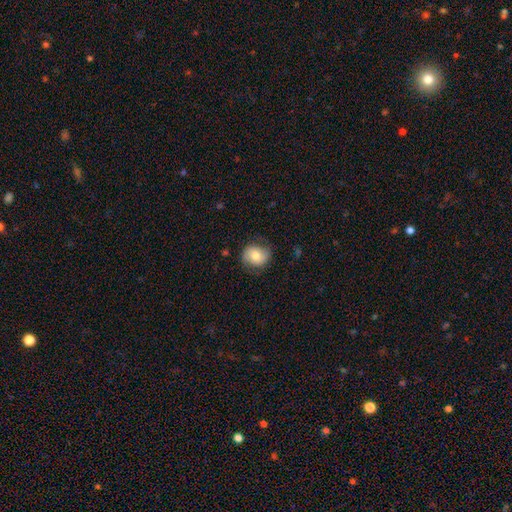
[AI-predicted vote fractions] Smooth or featured: smooth — 68% (featured or disk — 24%)
How rounded: round — 66% (in between — 33%)
Merging: none — 73% (minor disturbance — 19%)